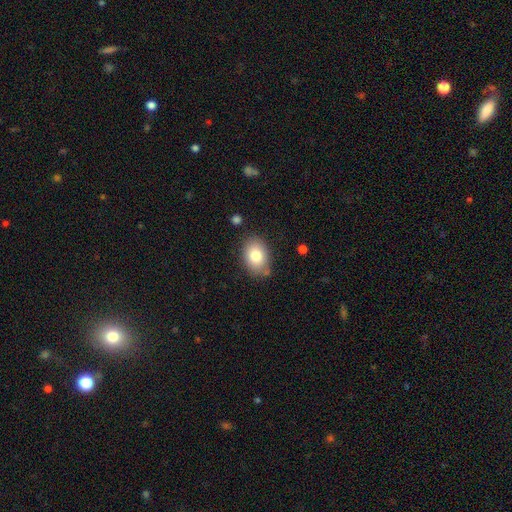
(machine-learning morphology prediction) smooth_or_featured: smooth (p=0.81) [alt: featured or disk p=0.11]
how_rounded: in between (p=0.76) [alt: round p=0.23]
merging: none (p=0.79) [alt: minor disturbance p=0.14]